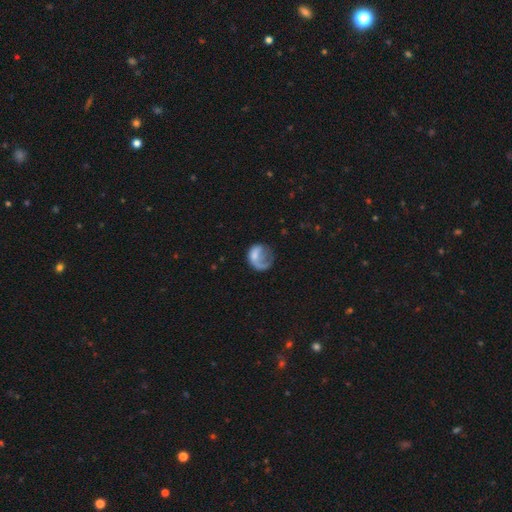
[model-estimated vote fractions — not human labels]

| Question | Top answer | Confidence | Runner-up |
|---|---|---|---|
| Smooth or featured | featured or disk | 48% | smooth (44%) |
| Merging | major disturbance | 52% | none (28%) |